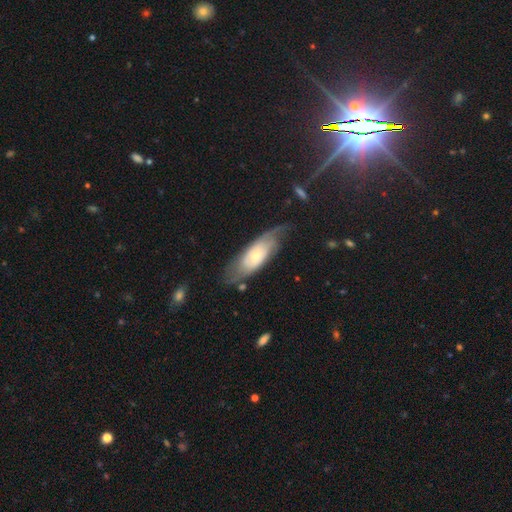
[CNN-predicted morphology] Q: Smooth or featured?
A: featured or disk (59%); runner-up: smooth (34%)
Q: Edge-on disk?
A: no (82%); runner-up: yes (18%)
Q: Merging?
A: none (59%); runner-up: minor disturbance (25%)